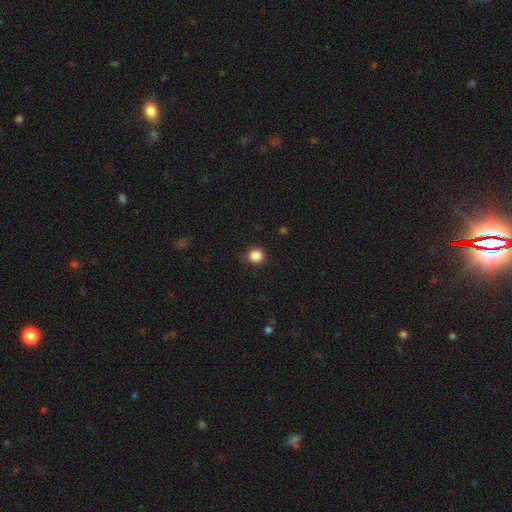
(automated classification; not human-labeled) Q: Smooth or featured?
A: smooth (86%); runner-up: star or artifact (11%)
Q: How rounded?
A: round (91%); runner-up: in between (8%)
Q: Merging?
A: none (85%); runner-up: minor disturbance (11%)